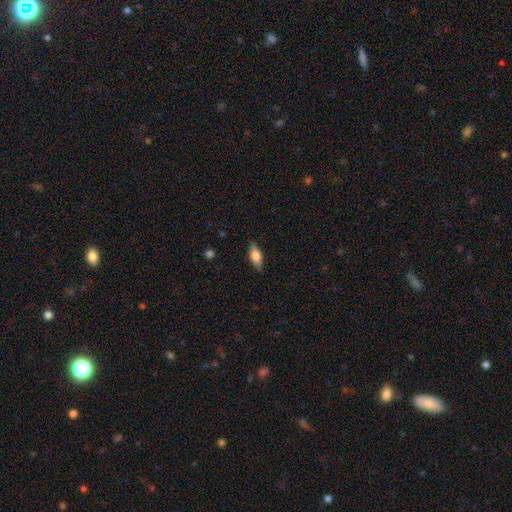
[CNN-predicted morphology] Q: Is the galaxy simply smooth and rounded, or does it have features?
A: smooth — 62%.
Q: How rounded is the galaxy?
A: in between — 75%.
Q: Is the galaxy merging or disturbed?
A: none — 85%.